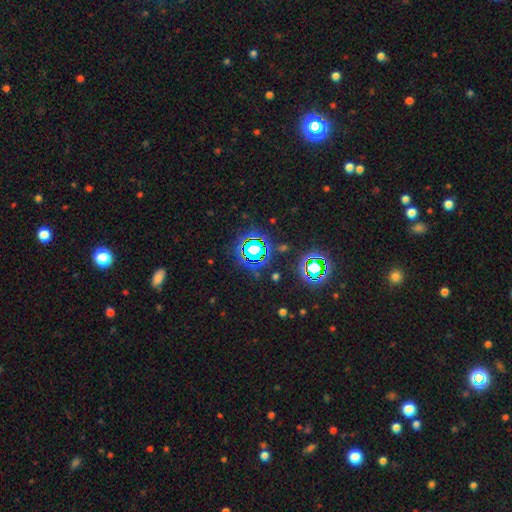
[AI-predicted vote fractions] Smooth or featured?
  - star or artifact: 80% *
  - smooth: 13%
  - featured or disk: 7%